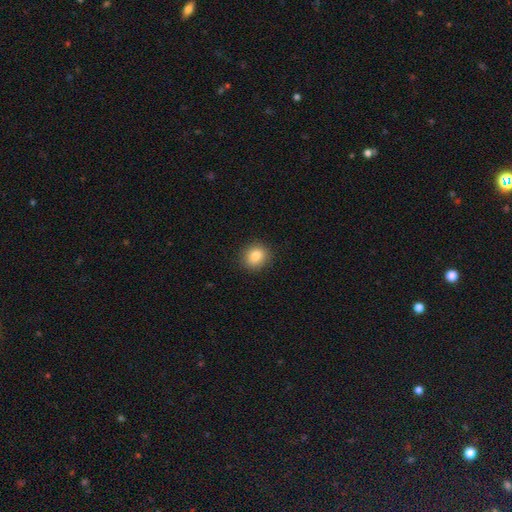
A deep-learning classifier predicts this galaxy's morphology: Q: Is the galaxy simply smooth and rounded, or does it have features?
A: smooth — 83%.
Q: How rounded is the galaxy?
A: round — 76%.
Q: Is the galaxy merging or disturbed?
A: none — 89%.